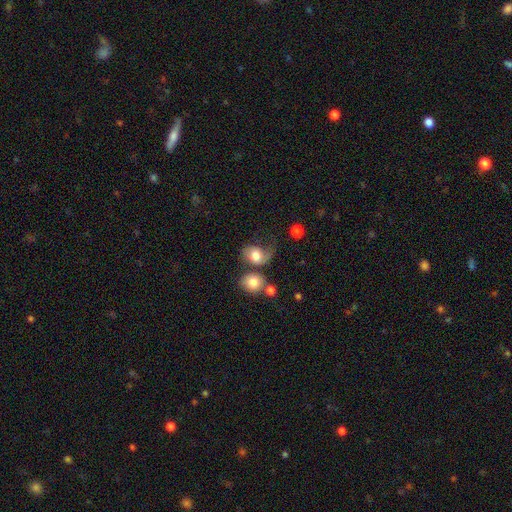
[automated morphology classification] The model was most divided on "merging": major disturbance: 32%, none: 28%, minor disturbance: 21%, merger: 20%. More confident: smooth or featured — smooth (62%); how rounded — in between (54%).